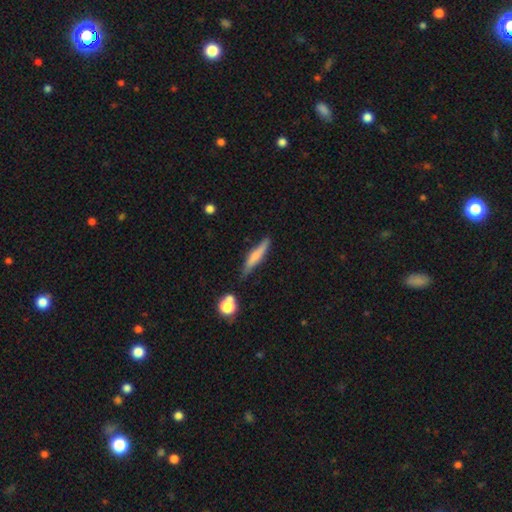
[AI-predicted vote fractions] Q: Smooth or featured?
A: smooth (58%); runner-up: featured or disk (35%)
Q: How rounded?
A: cigar-shaped (88%); runner-up: in between (10%)
Q: Merging?
A: none (72%); runner-up: minor disturbance (19%)